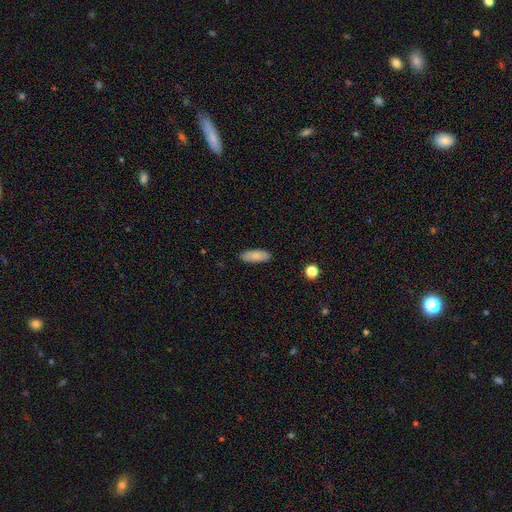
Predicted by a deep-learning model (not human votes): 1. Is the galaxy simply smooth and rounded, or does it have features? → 81% smooth, 12% featured or disk, 7% star or artifact.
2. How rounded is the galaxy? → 74% in between, 24% cigar-shaped, 2% round.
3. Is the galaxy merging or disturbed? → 87% none, 10% minor disturbance, 2% major disturbance, 1% merger.